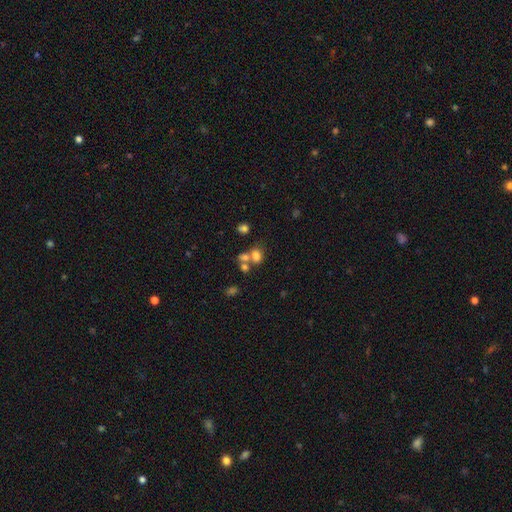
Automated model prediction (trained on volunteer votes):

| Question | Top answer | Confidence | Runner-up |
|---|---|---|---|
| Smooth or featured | smooth | 71% | star or artifact (16%) |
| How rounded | in between | 65% | round (33%) |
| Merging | merger | 46% | none (37%) |